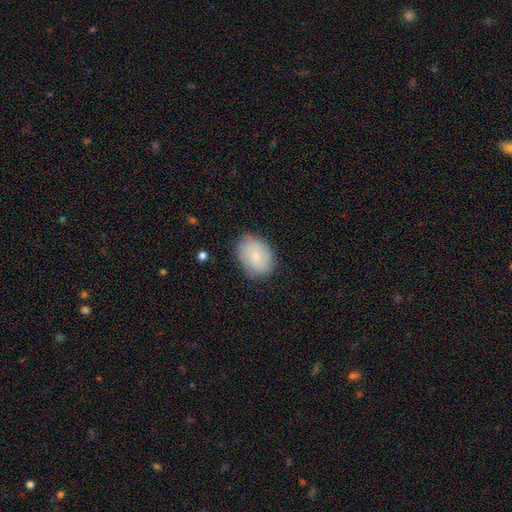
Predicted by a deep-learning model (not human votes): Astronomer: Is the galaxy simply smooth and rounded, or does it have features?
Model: smooth — 73%.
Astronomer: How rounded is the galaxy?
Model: in between — 70%.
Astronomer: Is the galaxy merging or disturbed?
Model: none — 80%.